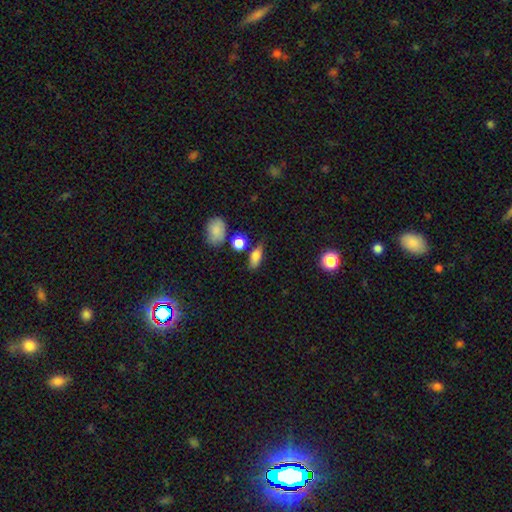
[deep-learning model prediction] A smooth galaxy with no disk features (75%) that is in between round and cigar-shaped (71%). Merging: none (67%).